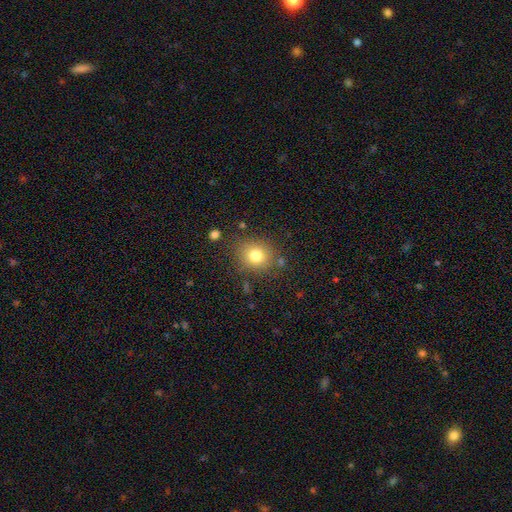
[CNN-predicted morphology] Q: Smooth or featured?
A: smooth (78%); runner-up: star or artifact (13%)
Q: How rounded?
A: round (81%); runner-up: in between (18%)
Q: Merging?
A: none (82%); runner-up: minor disturbance (11%)